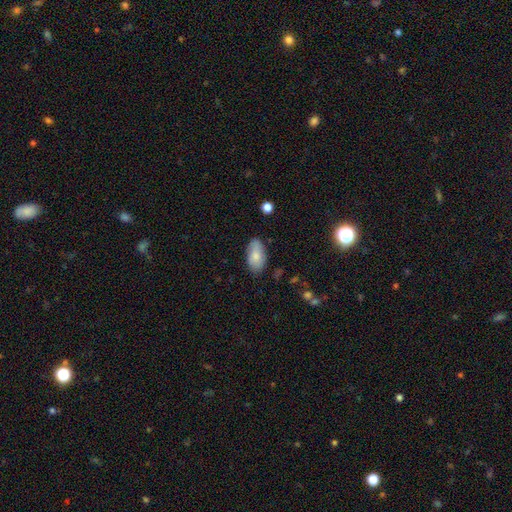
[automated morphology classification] This is likely a smooth galaxy (80%). How rounded: clearly in between (94%). Merging: likely none (76%).